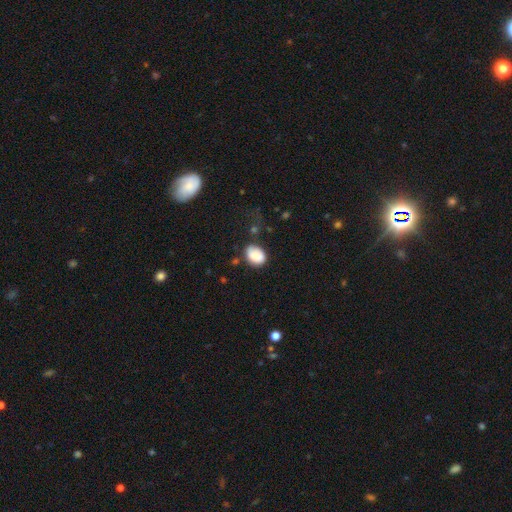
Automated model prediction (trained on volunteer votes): Q: Smooth or featured?
A: smooth (82%); runner-up: featured or disk (10%)
Q: How rounded?
A: in between (67%); runner-up: round (32%)
Q: Merging?
A: none (64%); runner-up: minor disturbance (24%)